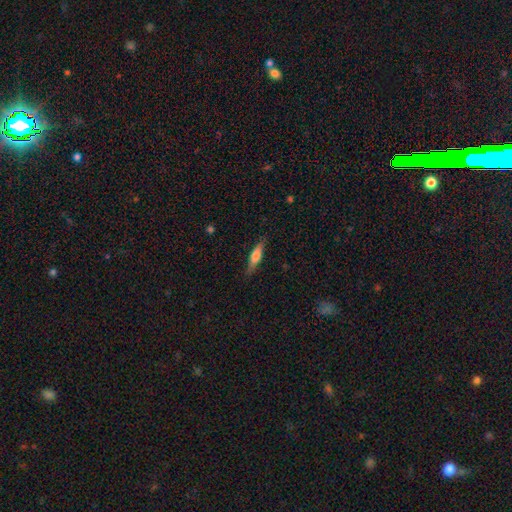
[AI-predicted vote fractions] Q: Smooth or featured?
A: smooth (55%); runner-up: featured or disk (39%)
Q: How rounded?
A: cigar-shaped (77%); runner-up: in between (21%)
Q: Merging?
A: none (84%); runner-up: minor disturbance (12%)